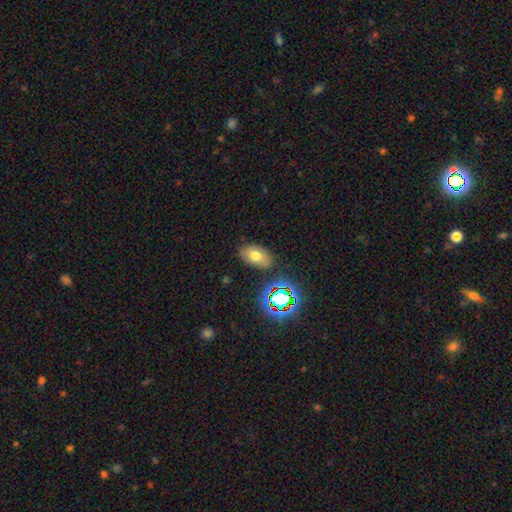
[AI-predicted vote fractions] Smooth or featured? smooth (65%)
How rounded? in between (89%)
Merging? none (80%)